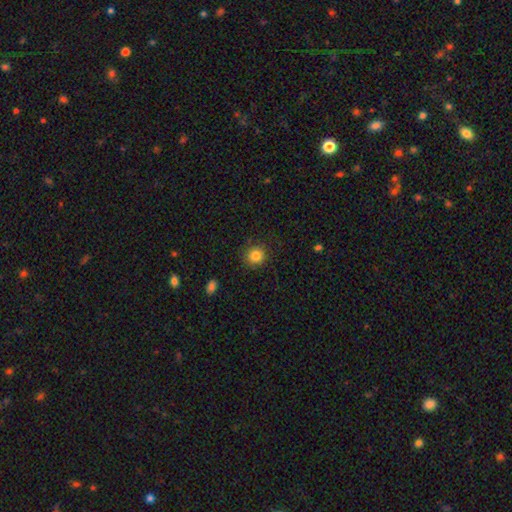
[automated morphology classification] smooth 84%, star or artifact 11%, featured or disk 5%. Down the decision tree: how rounded — round (90%); merging — none (88%).